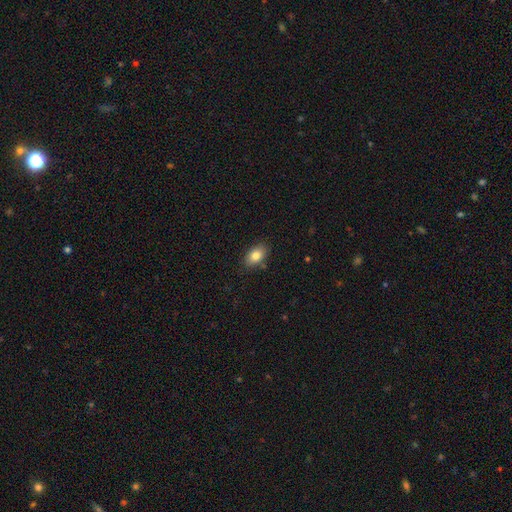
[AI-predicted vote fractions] This appears to be a smooth galaxy with no disk features (82%) that is in between round and cigar-shaped (88%). Merging: none (82%).